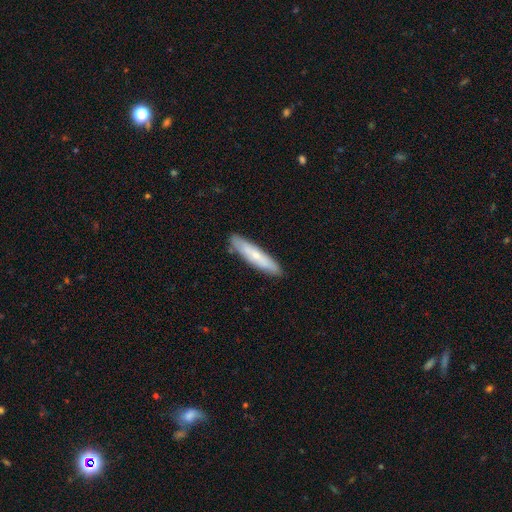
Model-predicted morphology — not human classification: A smooth galaxy with no disk features (56%) that is cigar-shaped (84%).

Vote fractions:
- Smooth or featured? smooth: 56% / featured or disk: 38% / star or artifact: 6%
- How rounded? cigar-shaped: 84% / in between: 15% / round: 2%
- Merging? none: 86% / minor disturbance: 10% / major disturbance: 2% / merger: 1%